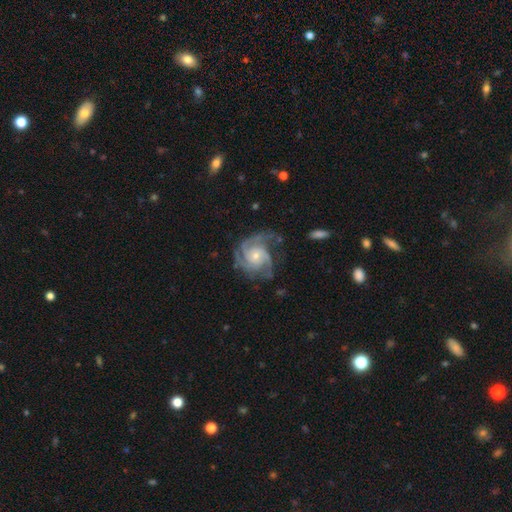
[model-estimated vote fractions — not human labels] This is clearly a featured or disk galaxy (91%). It is clearly not viewed edge-on (98%). Bar: likely no (74%). Spiral arm pattern: clearly yes (98%). Spiral arm count: possibly 3 (49%). Spiral winding: possibly tight (51%). Central bulge: likely small (64%). Merging: likely none (67%).